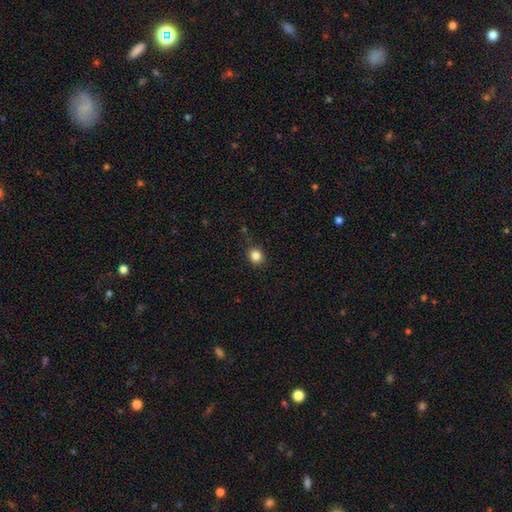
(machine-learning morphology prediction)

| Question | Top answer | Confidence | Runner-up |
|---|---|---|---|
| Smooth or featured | smooth | 84% | star or artifact (11%) |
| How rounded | round | 73% | in between (26%) |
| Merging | none | 87% | minor disturbance (9%) |